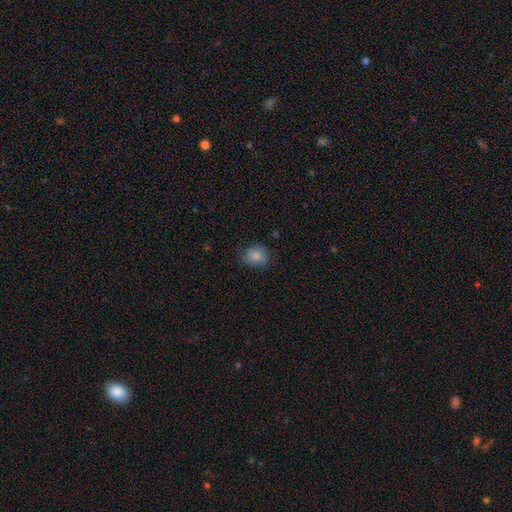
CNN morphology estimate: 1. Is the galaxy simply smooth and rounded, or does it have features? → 83% smooth, 9% featured or disk, 8% star or artifact.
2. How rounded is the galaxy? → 67% round, 32% in between, 1% cigar-shaped.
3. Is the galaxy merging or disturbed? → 73% none, 21% minor disturbance, 5% major disturbance, 1% merger.